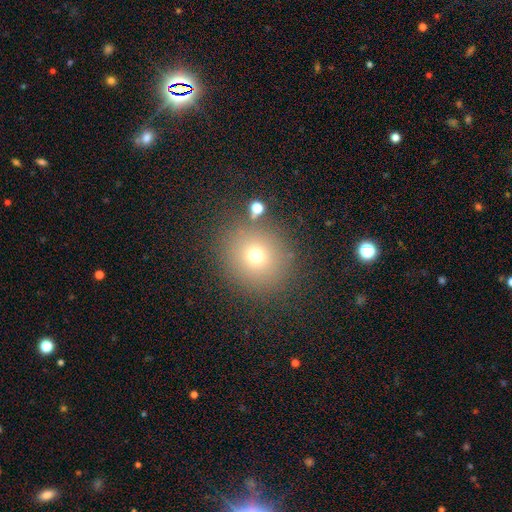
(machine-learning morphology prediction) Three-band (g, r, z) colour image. It shows a smooth galaxy with no disk features (70%) that is round (87%). Merging: none (83%).